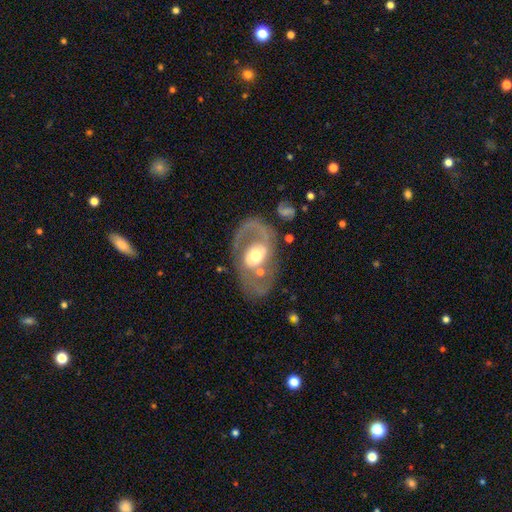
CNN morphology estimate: This is likely a featured or disk galaxy (75%). It is clearly not viewed edge-on (95%). Bar: possibly no (54%). Spiral arm pattern: likely yes (65%). Central bulge: likely moderate (65%). Merging: likely none (63%).